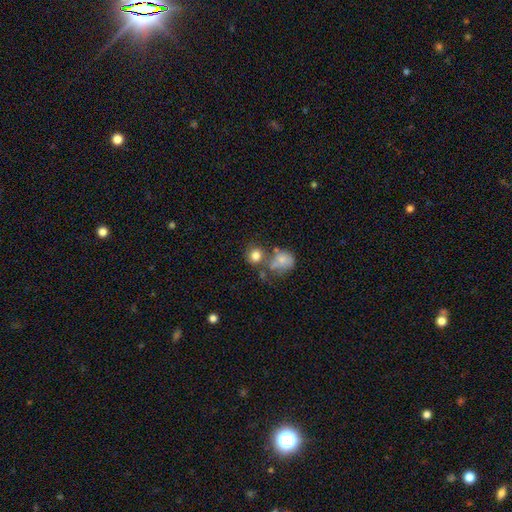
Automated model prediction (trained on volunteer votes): Morphology: type=smooth (79%); roundness=round (79%); merging=none (53%).